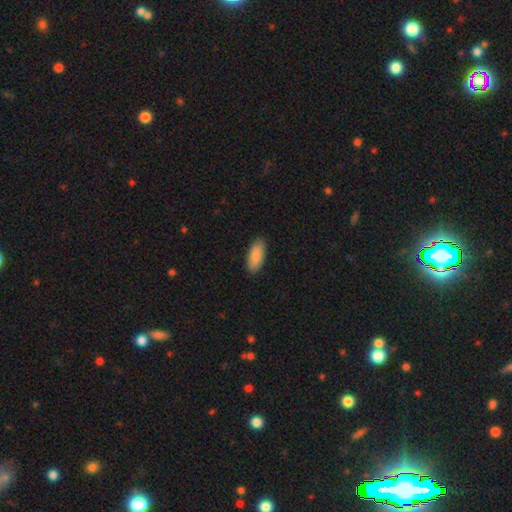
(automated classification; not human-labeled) This appears to be a smooth galaxy with no disk features (88%) that is in between round and cigar-shaped (85%). Merging: none (87%).